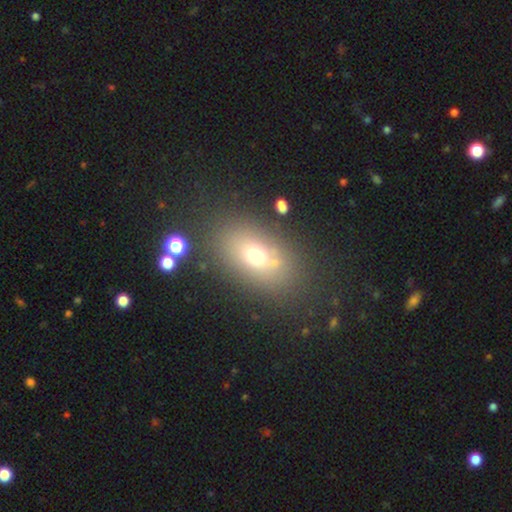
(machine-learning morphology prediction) This is likely a smooth galaxy (63%). How rounded: likely in between (77%). Merging: likely none (73%).